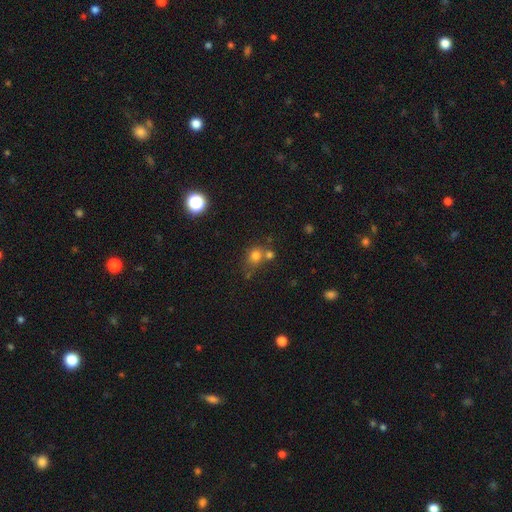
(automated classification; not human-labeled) Smooth or featured?
  - smooth: 75% *
  - star or artifact: 15%
  - featured or disk: 10%
How rounded?
  - round: 77% *
  - in between: 22%
  - cigar-shaped: 1%
Merging?
  - none: 50% *
  - merger: 35%
  - minor disturbance: 11%
  - major disturbance: 5%